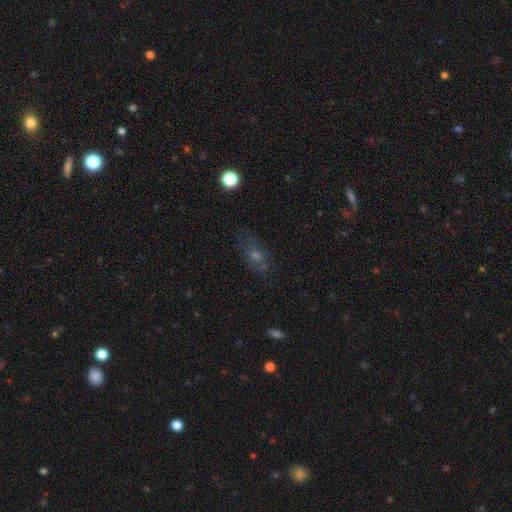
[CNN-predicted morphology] This is marginally a smooth galaxy (42%). Merging: likely none (71%).